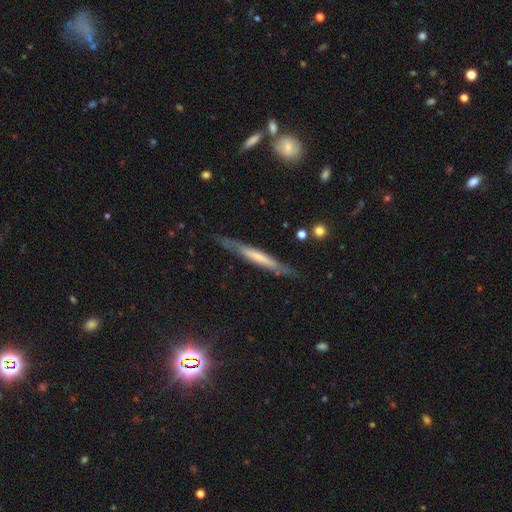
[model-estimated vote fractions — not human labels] Overall: featured or disk (53%; smooth 39%). Edge-on disk: yes (88%). Merging: none (80%).